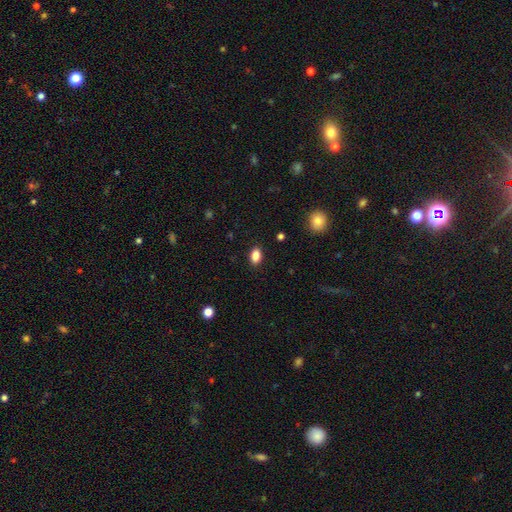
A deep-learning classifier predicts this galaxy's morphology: Smooth or featured?
  - smooth: 86% *
  - star or artifact: 9%
  - featured or disk: 4%
How rounded?
  - in between: 85% *
  - round: 13%
  - cigar-shaped: 2%
Merging?
  - none: 89% *
  - minor disturbance: 8%
  - major disturbance: 2%
  - merger: 1%